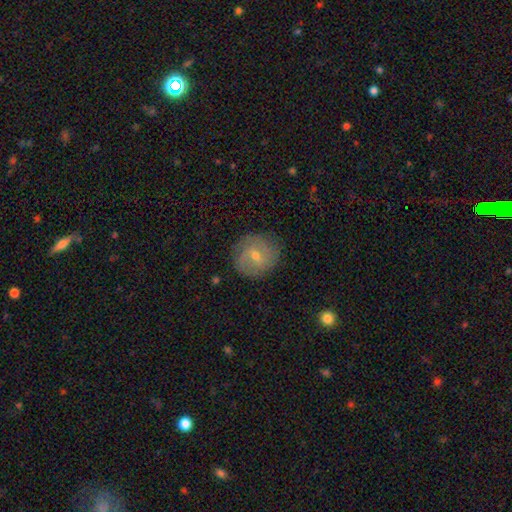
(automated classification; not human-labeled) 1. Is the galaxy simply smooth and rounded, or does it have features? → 48% featured or disk, 42% smooth, 9% star or artifact.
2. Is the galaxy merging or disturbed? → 84% none, 11% minor disturbance, 3% major disturbance, 1% merger.